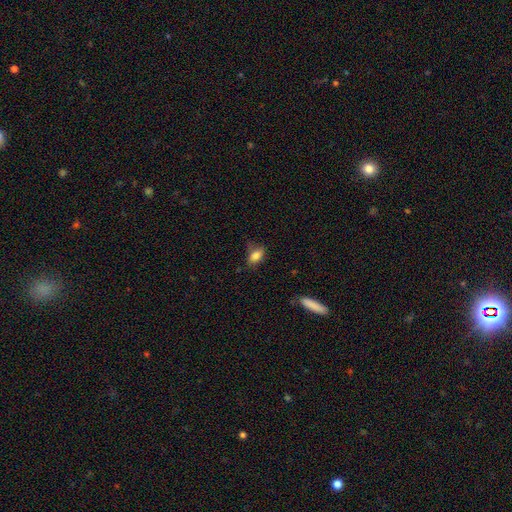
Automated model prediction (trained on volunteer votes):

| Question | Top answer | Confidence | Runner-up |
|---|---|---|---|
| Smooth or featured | smooth | 83% | star or artifact (9%) |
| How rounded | in between | 85% | round (11%) |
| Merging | none | 67% | minor disturbance (24%) |